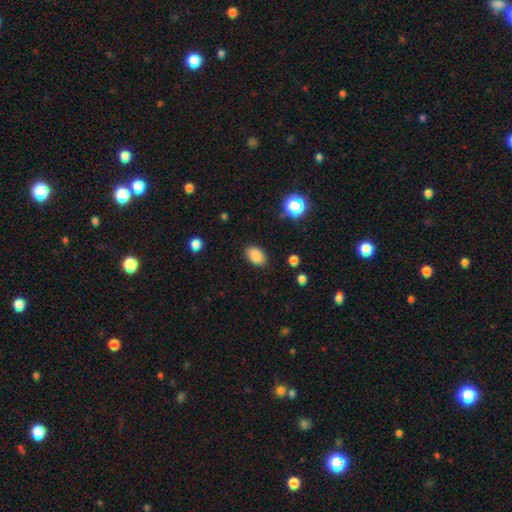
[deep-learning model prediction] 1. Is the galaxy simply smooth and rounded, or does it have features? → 87% smooth, 9% star or artifact, 4% featured or disk.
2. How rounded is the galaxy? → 90% in between, 9% round, 1% cigar-shaped.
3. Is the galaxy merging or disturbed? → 87% none, 9% minor disturbance, 3% major disturbance, 1% merger.